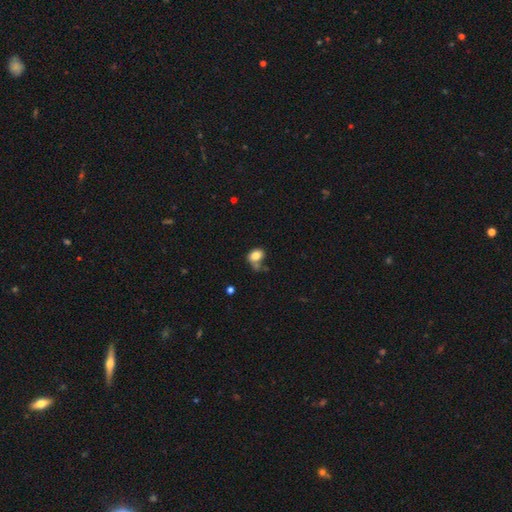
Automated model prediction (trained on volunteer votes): A smooth galaxy with no disk features (81%) that is in between round and cigar-shaped (66%). Merging: none (42%).